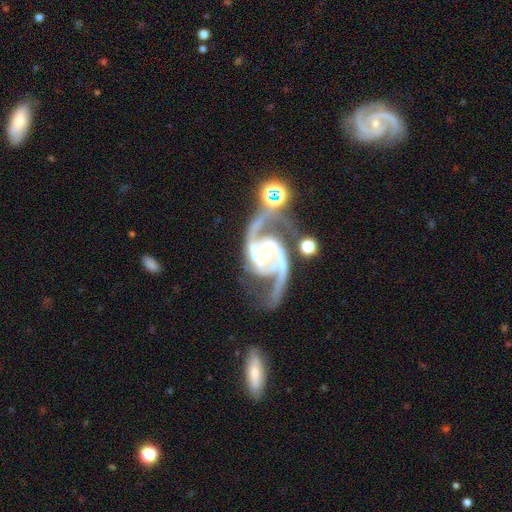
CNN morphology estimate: A featured or disk galaxy (93%) with a strong bar (44%), 2 (90%) medium (56%) spiral arms (98%) and a small central bulge (51%). Merging: none (44%).